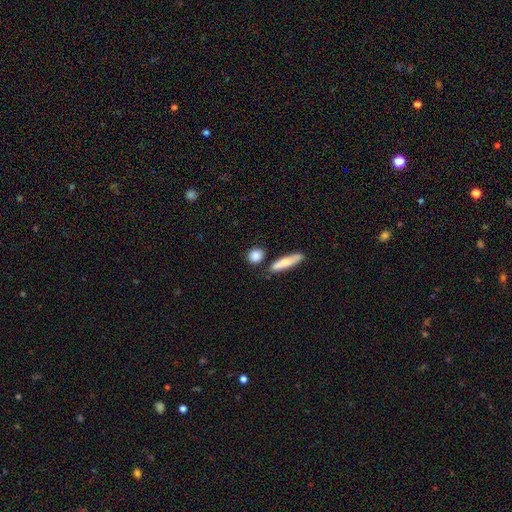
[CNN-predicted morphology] A smooth galaxy with no disk features (85%) that is round (67%).

Vote fractions:
- Smooth or featured? smooth: 85% / featured or disk: 7% / star or artifact: 7%
- How rounded? round: 67% / in between: 21% / cigar-shaped: 11%
- Merging? none: 79% / minor disturbance: 10% / merger: 8% / major disturbance: 3%